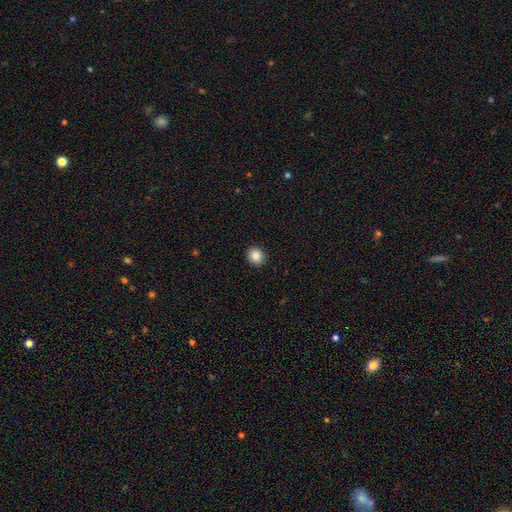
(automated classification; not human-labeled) The model was most divided on "how rounded": round: 78%, in between: 21%, cigar-shaped: 1%. More confident: merging — none (92%); smooth or featured — smooth (86%).